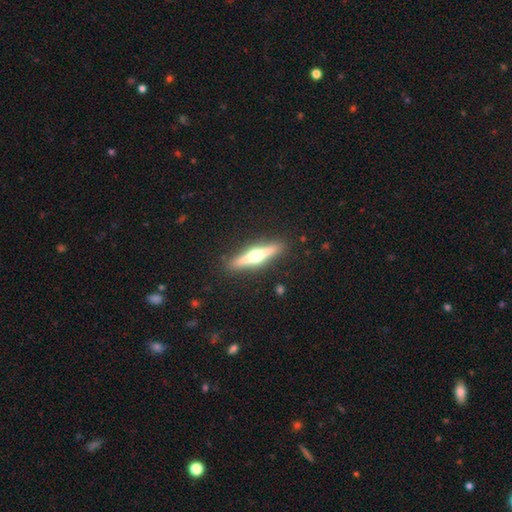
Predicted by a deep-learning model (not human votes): Smooth or featured? featured or disk (74%)
Edge-on disk? yes (97%)
Edge-on bulge? rounded (96%)
Merging? none (91%)